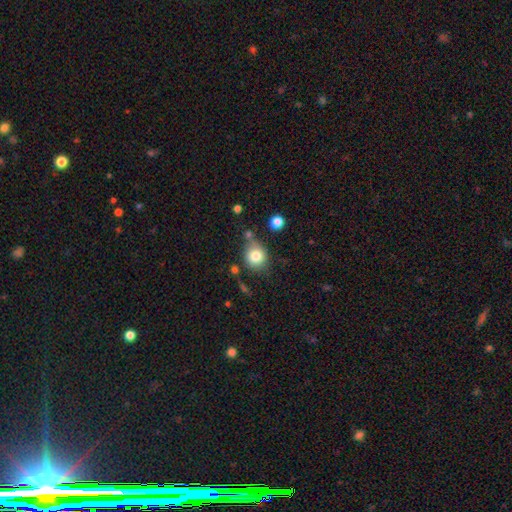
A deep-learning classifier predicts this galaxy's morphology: Smooth or featured? Predicted: smooth (p=0.80). How rounded? Predicted: round (p=0.77). Merging? Predicted: none (p=0.67).